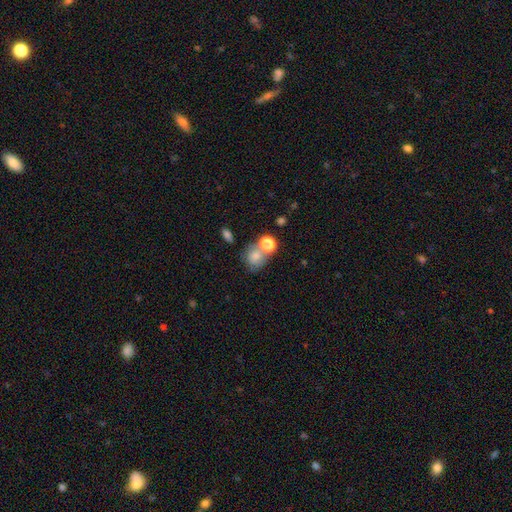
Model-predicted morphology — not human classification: Smooth or featured? Predicted: smooth (p=0.76). How rounded? Predicted: round (p=0.70). Merging? Predicted: none (p=0.45).